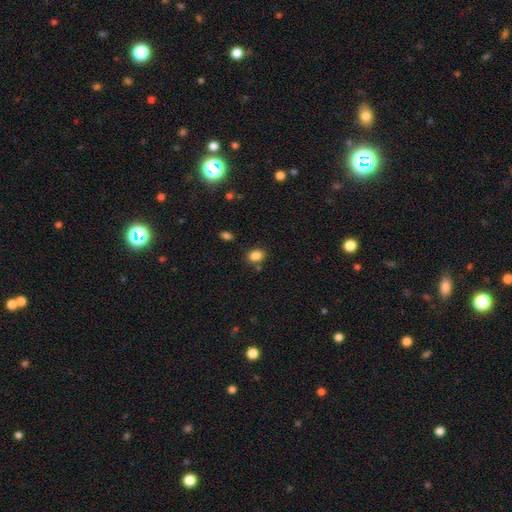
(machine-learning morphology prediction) A smooth galaxy with no disk features (85%) that is in between round and cigar-shaped (63%).

Vote fractions:
- Smooth or featured? smooth: 85% / star or artifact: 10% / featured or disk: 4%
- How rounded? in between: 63% / round: 36% / cigar-shaped: 1%
- Merging? none: 78% / minor disturbance: 12% / merger: 7% / major disturbance: 3%